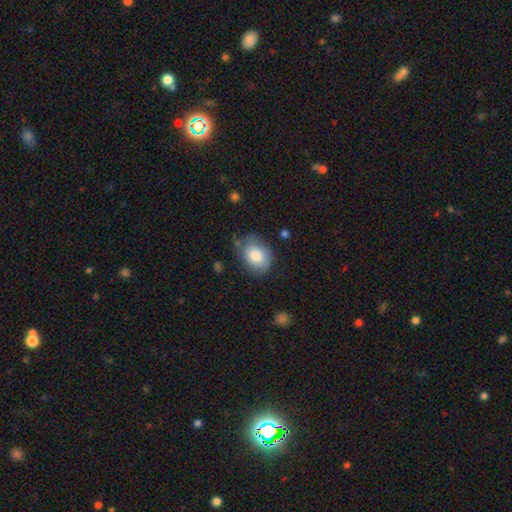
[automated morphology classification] Smooth or featured?
  - smooth: 83% *
  - featured or disk: 10%
  - star or artifact: 7%
How rounded?
  - in between: 66% *
  - round: 33%
  - cigar-shaped: 1%
Merging?
  - none: 69% *
  - minor disturbance: 23%
  - major disturbance: 6%
  - merger: 3%